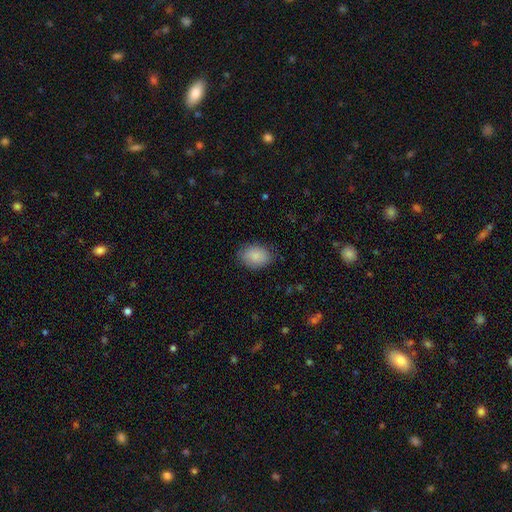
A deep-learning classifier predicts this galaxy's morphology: A smooth galaxy with no disk features (88%) that is in between round and cigar-shaped (81%). Merging: none (82%).